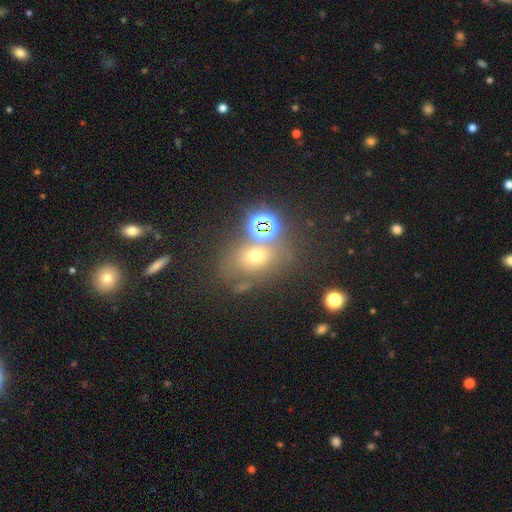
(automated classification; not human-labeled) Smooth or featured? smooth (46%)
Merging? none (60%)